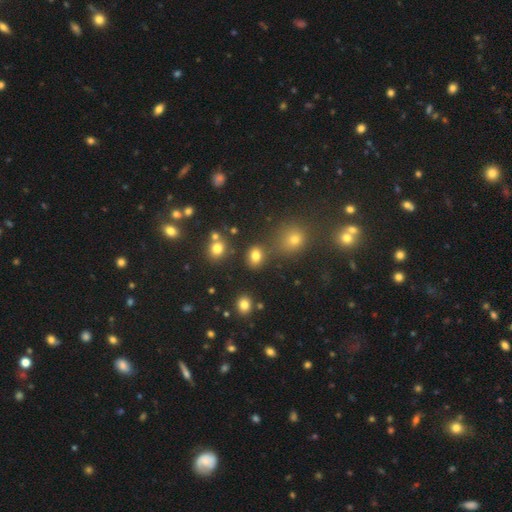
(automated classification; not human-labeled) Smooth or featured: smooth — 76% (star or artifact — 16%)
How rounded: in between — 54% (round — 45%)
Merging: none — 71% (minor disturbance — 12%)